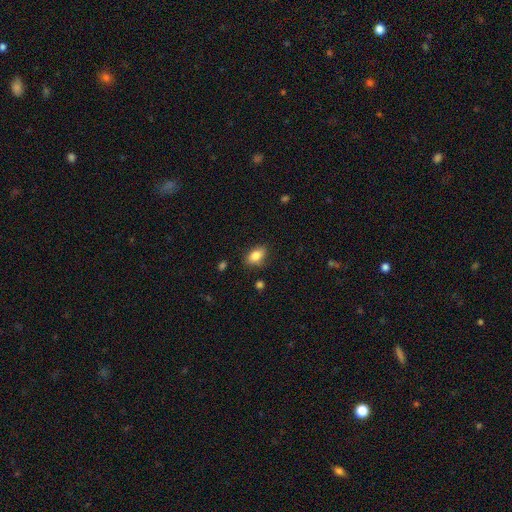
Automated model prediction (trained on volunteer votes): smooth_or_featured: smooth (p=0.83) [alt: featured or disk p=0.09]
how_rounded: in between (p=0.86) [alt: round p=0.11]
merging: none (p=0.79) [alt: minor disturbance p=0.16]